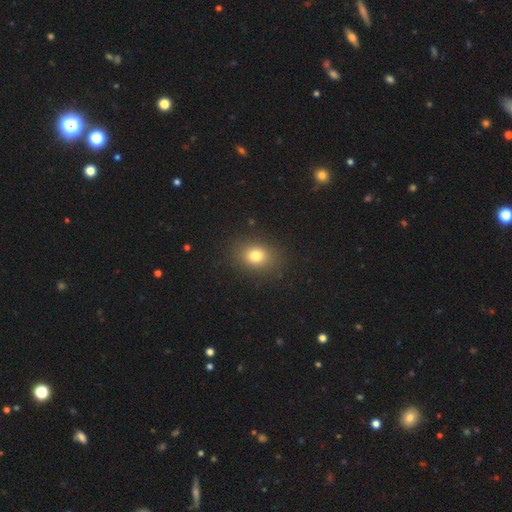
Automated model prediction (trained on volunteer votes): Smooth or featured?
  - smooth: 79% *
  - star or artifact: 13%
  - featured or disk: 9%
How rounded?
  - in between: 52% *
  - round: 47%
  - cigar-shaped: 1%
Merging?
  - none: 86% *
  - minor disturbance: 9%
  - major disturbance: 3%
  - merger: 1%